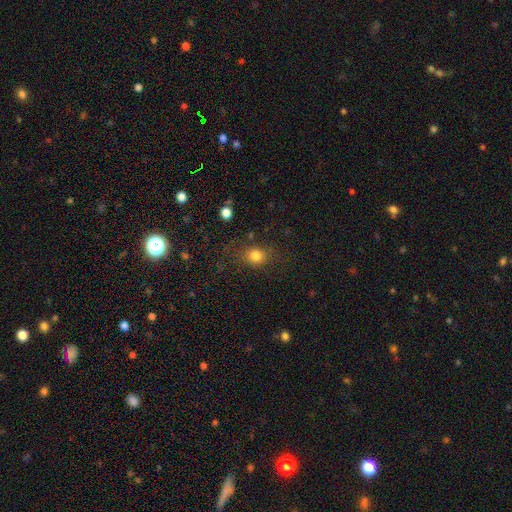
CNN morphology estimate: This is likely a smooth galaxy (80%). How rounded: likely round (67%). Merging: likely none (76%).